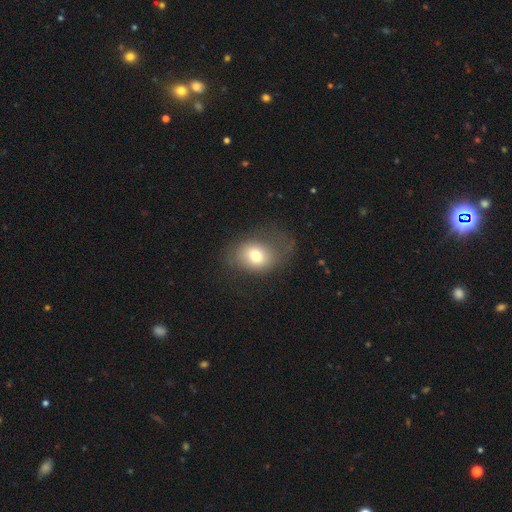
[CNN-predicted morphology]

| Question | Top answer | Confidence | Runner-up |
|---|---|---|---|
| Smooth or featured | smooth | 73% | featured or disk (17%) |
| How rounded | in between | 60% | round (39%) |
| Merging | none | 52% | minor disturbance (25%) |